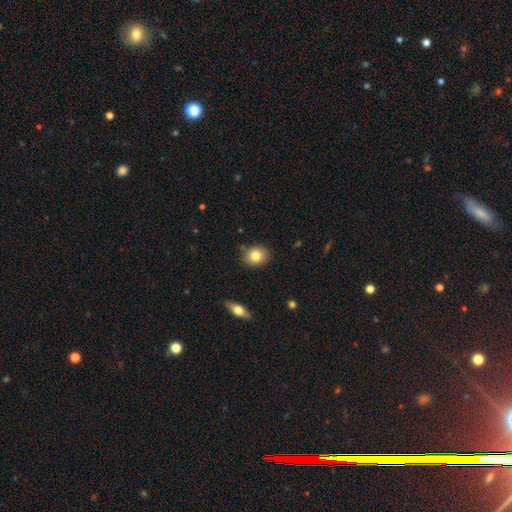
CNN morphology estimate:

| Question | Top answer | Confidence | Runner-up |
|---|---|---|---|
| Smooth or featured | smooth | 80% | featured or disk (11%) |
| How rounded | round | 52% | in between (46%) |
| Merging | none | 86% | minor disturbance (10%) |